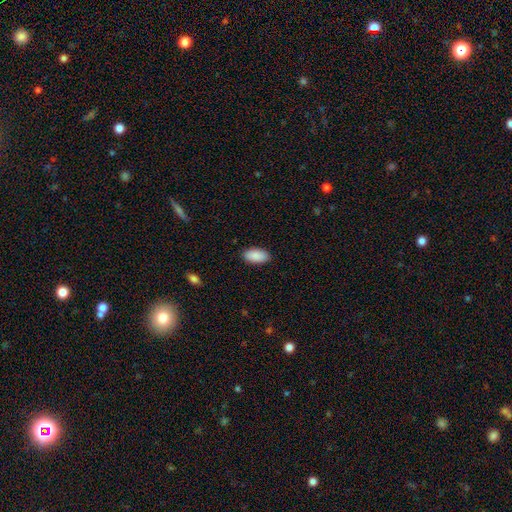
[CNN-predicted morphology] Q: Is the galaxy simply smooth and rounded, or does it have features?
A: smooth — 90%.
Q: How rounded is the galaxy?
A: in between — 95%.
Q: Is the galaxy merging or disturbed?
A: none — 88%.